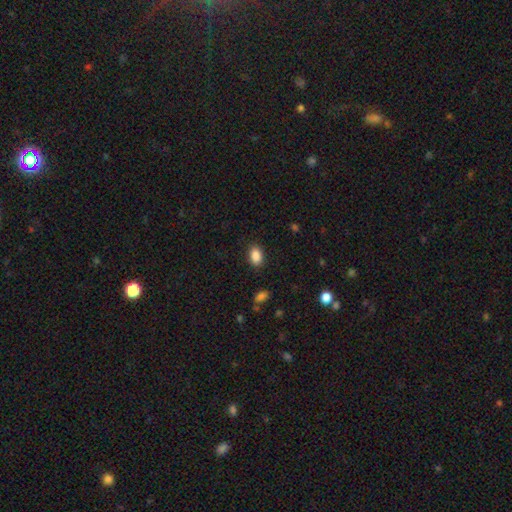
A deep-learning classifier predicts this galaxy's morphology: Smooth or featured? Predicted: smooth (p=0.88). How rounded? Predicted: in between (p=0.88). Merging? Predicted: none (p=0.88).